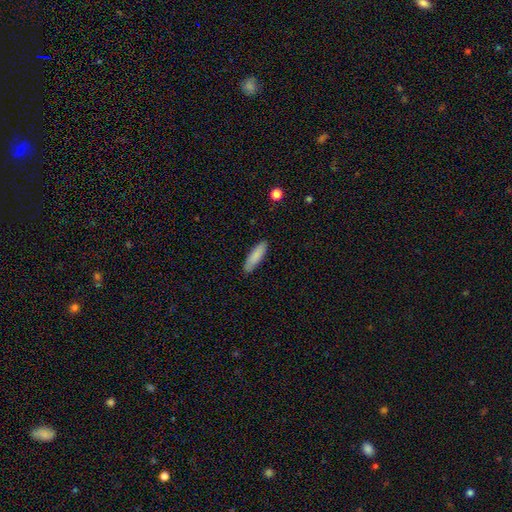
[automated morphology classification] A smooth galaxy with no disk features (86%) that is cigar-shaped (60%).

Vote fractions:
- Smooth or featured? smooth: 86% / featured or disk: 8% / star or artifact: 6%
- How rounded? cigar-shaped: 60% / in between: 38% / round: 1%
- Merging? none: 86% / minor disturbance: 11% / major disturbance: 2% / merger: 1%